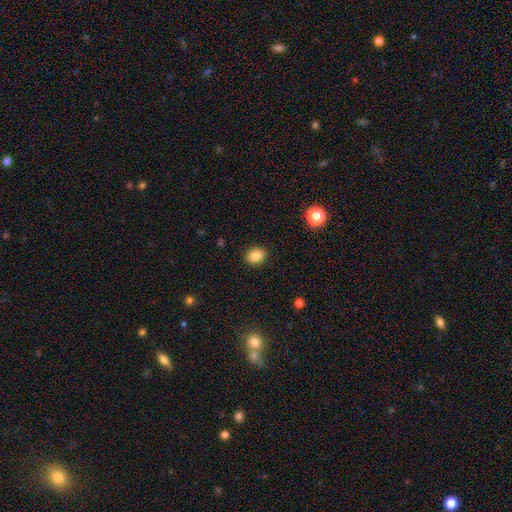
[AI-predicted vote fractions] This is clearly a smooth galaxy (86%). How rounded: possibly round (54%). Merging: clearly none (90%).